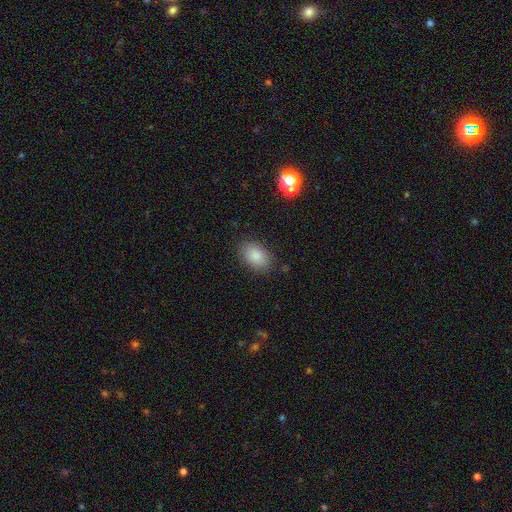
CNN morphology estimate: Smooth or featured: smooth — 87% (star or artifact — 8%)
How rounded: in between — 88% (round — 11%)
Merging: none — 85% (minor disturbance — 11%)